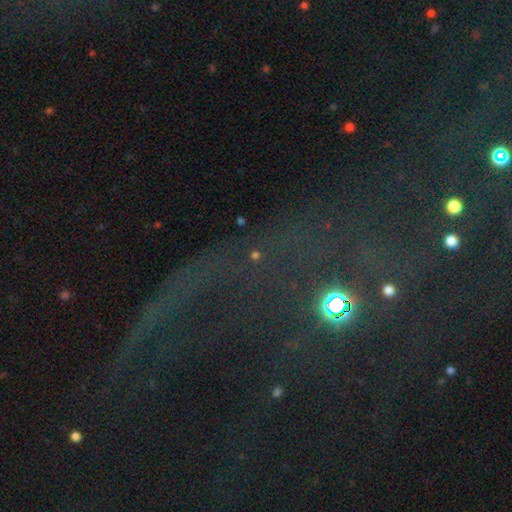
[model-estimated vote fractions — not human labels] Smooth or featured? star or artifact (75%)